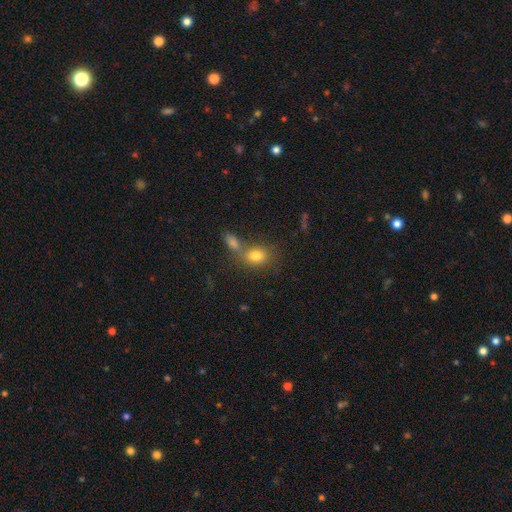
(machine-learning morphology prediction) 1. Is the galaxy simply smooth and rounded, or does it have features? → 78% smooth, 11% star or artifact, 11% featured or disk.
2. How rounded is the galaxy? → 63% in between, 36% round, 2% cigar-shaped.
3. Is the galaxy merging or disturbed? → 44% none, 41% merger, 10% minor disturbance, 5% major disturbance.